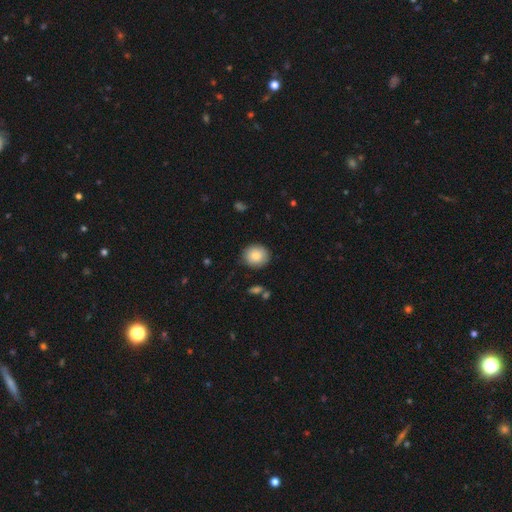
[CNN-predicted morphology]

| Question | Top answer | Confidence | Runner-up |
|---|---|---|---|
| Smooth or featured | smooth | 83% | featured or disk (9%) |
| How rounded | round | 80% | in between (19%) |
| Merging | none | 85% | minor disturbance (11%) |